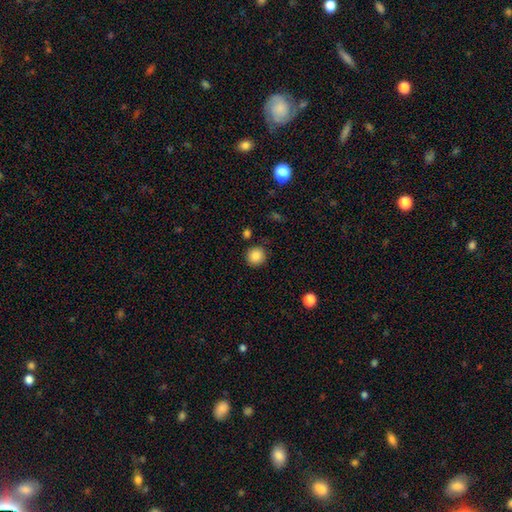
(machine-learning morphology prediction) Q: Smooth or featured?
A: smooth (87%); runner-up: star or artifact (10%)
Q: How rounded?
A: round (91%); runner-up: in between (8%)
Q: Merging?
A: none (87%); runner-up: minor disturbance (8%)